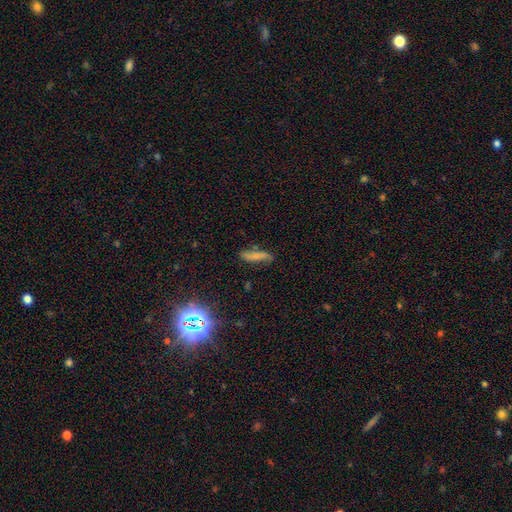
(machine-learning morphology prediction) Smooth or featured: smooth — 45% (featured or disk — 43%)
Merging: none — 69% (minor disturbance — 21%)